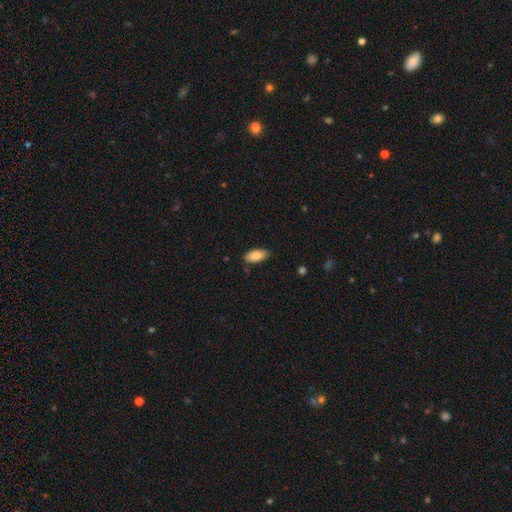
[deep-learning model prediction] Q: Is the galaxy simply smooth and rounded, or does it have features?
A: smooth — 87%.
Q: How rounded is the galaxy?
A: in between — 91%.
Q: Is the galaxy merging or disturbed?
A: none — 83%.